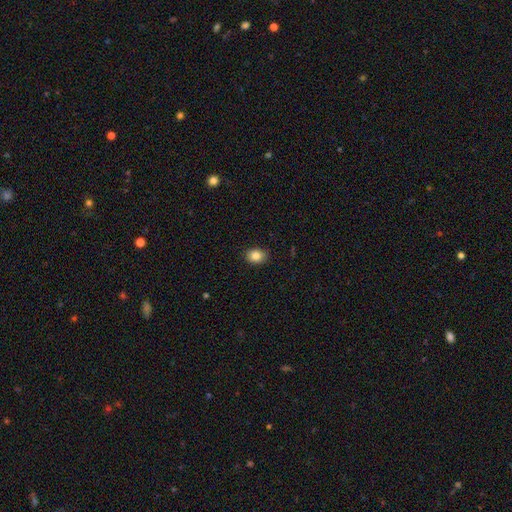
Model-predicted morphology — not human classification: Q: Smooth or featured?
A: smooth (85%); runner-up: star or artifact (9%)
Q: How rounded?
A: in between (65%); runner-up: round (34%)
Q: Merging?
A: none (88%); runner-up: minor disturbance (9%)